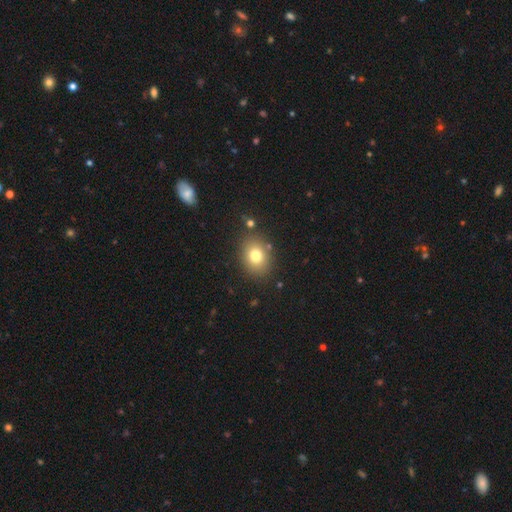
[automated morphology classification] This appears to be a smooth galaxy with no disk features (77%) that is in between round and cigar-shaped (54%). Merging: none (83%).